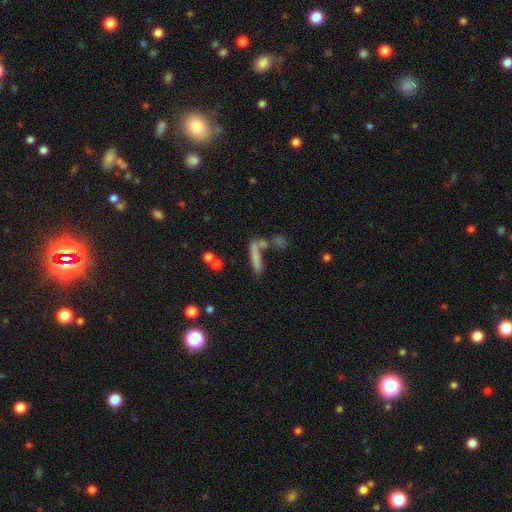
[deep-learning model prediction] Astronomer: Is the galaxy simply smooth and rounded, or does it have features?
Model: smooth — 65%.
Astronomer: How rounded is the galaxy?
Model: cigar-shaped — 79%.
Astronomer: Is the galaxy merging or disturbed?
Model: none — 45% (runner-up: merger, 32%).